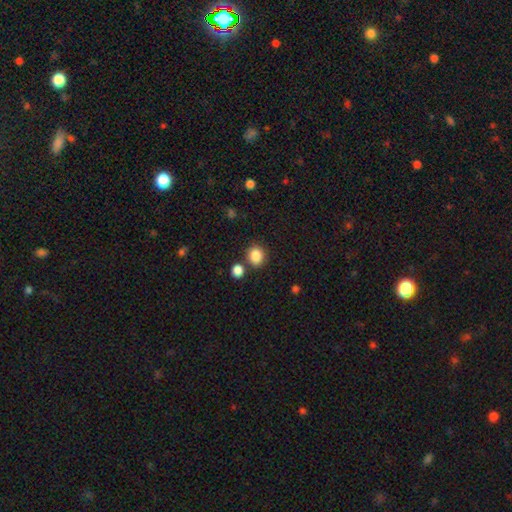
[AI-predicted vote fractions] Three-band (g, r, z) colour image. It shows a smooth galaxy with no disk features (86%) that is round (77%). Merging: none (78%).